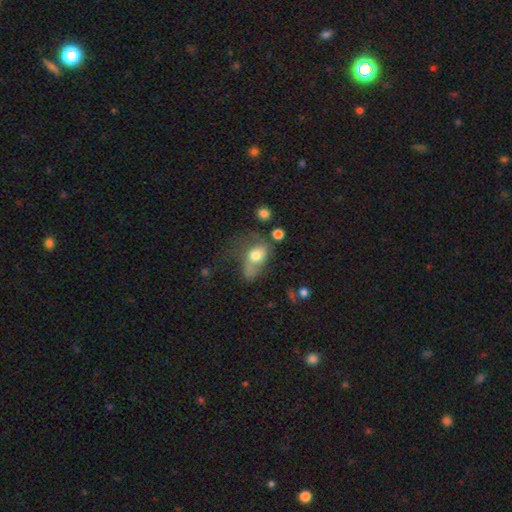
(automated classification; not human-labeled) A smooth galaxy with no disk features (66%) that is in between round and cigar-shaped (76%).

Vote fractions:
- Smooth or featured? smooth: 66% / featured or disk: 24% / star or artifact: 10%
- How rounded? in between: 76% / round: 20% / cigar-shaped: 4%
- Merging? major disturbance: 43% / minor disturbance: 23% / none: 22% / merger: 12%